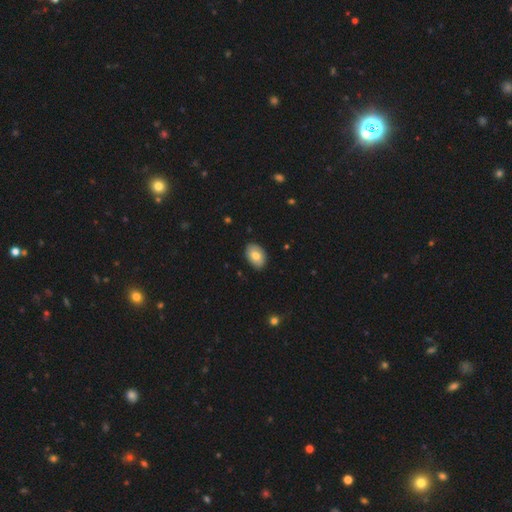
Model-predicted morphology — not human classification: Smooth or featured? smooth (75%)
How rounded? in between (86%)
Merging? none (85%)